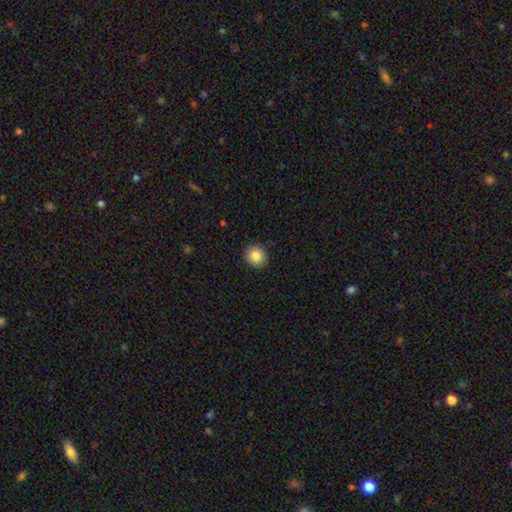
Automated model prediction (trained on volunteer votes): Q: Smooth or featured?
A: smooth (85%); runner-up: star or artifact (9%)
Q: How rounded?
A: round (88%); runner-up: in between (11%)
Q: Merging?
A: none (90%); runner-up: minor disturbance (7%)